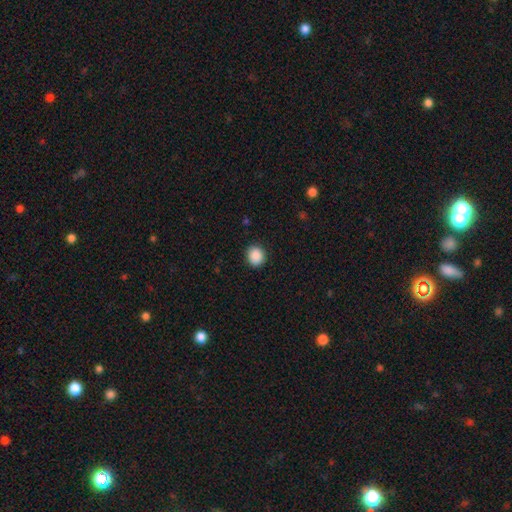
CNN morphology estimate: Smooth or featured?
  - smooth: 89% *
  - star or artifact: 8%
  - featured or disk: 2%
How rounded?
  - round: 80% *
  - in between: 19%
  - cigar-shaped: 1%
Merging?
  - none: 90% *
  - minor disturbance: 7%
  - major disturbance: 2%
  - merger: 1%